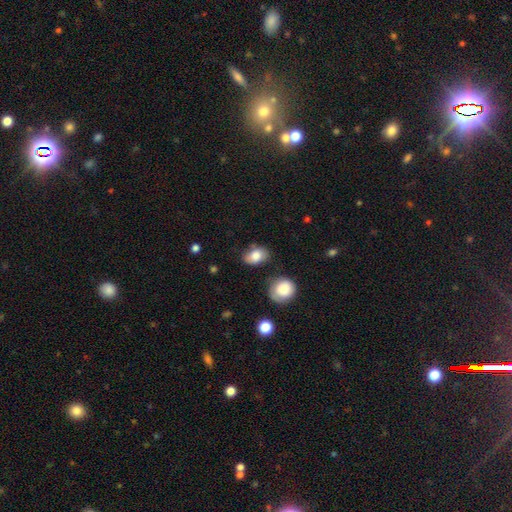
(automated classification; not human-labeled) A smooth galaxy with no disk features (81%) that is in between round and cigar-shaped (79%). Merging: none (64%).